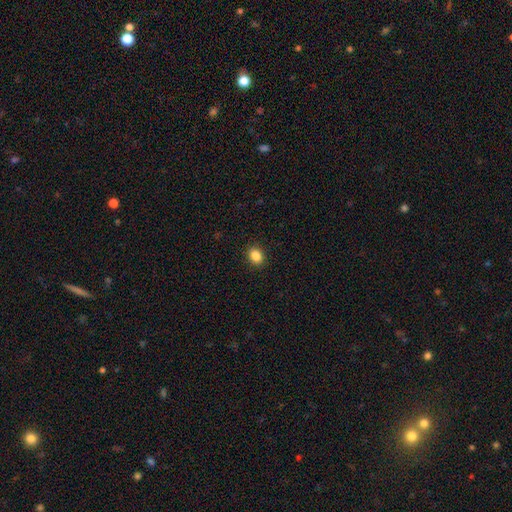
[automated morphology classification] smooth_or_featured: smooth (p=0.86) [alt: star or artifact p=0.10]
how_rounded: in between (p=0.56) [alt: round p=0.43]
merging: none (p=0.90) [alt: minor disturbance p=0.07]